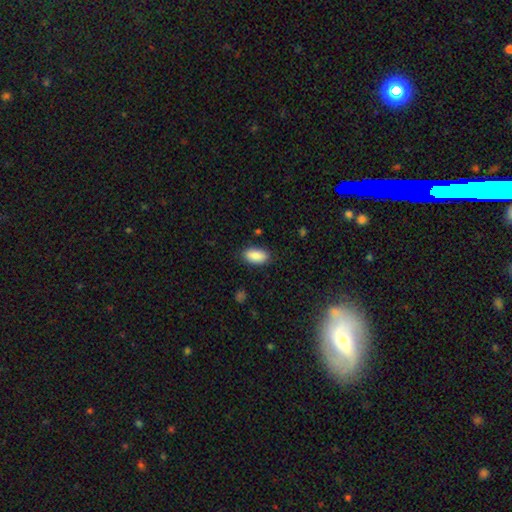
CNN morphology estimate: smooth-or-featured: smooth: 88% | star or artifact: 7% | featured or disk: 5%
  how-rounded: in between: 93% | cigar-shaped: 4% | round: 3%
  merging: none: 87% | minor disturbance: 10% | major disturbance: 2% | merger: 1%